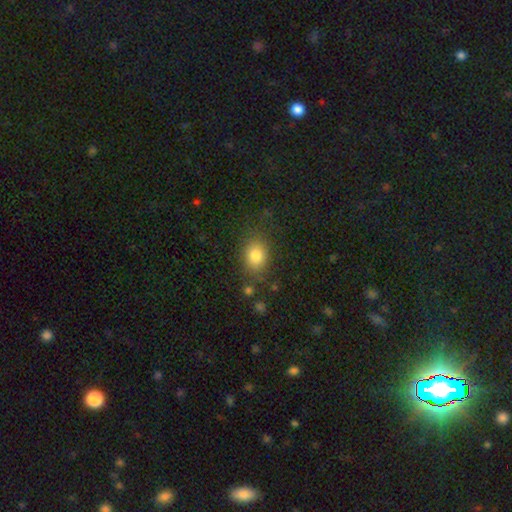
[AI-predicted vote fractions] Overall: smooth (83%). How rounded: in between (59%; round 40%). Merging: none (76%).